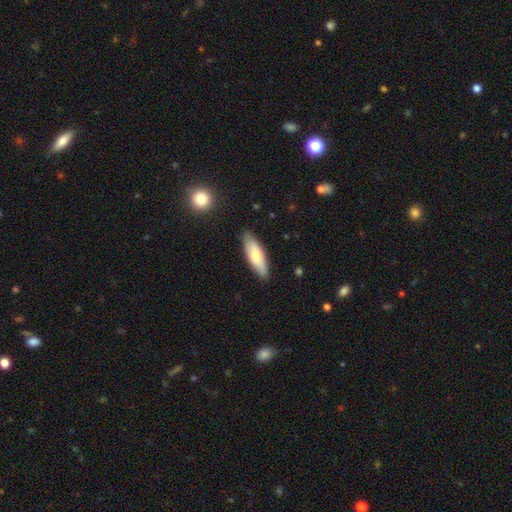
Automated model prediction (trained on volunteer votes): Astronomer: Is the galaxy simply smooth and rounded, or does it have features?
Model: smooth — 67%.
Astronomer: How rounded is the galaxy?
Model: in between — 58% (runner-up: cigar-shaped, 40%).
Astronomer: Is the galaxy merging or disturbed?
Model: none — 84%.